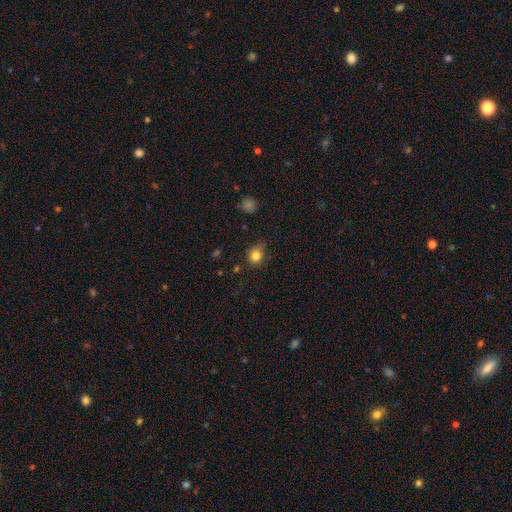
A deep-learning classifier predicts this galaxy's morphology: smooth-or-featured: smooth: 82% | star or artifact: 12% | featured or disk: 6%
  how-rounded: round: 77% | in between: 22% | cigar-shaped: 1%
  merging: none: 69% | minor disturbance: 23% | major disturbance: 5% | merger: 2%